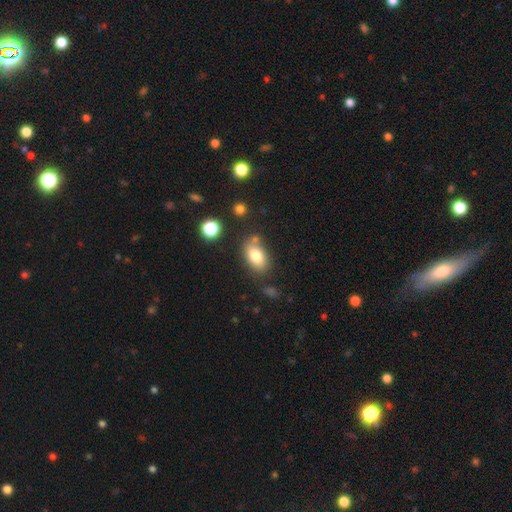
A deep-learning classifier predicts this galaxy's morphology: Smooth or featured? Predicted: smooth (p=0.79). How rounded? Predicted: in between (p=0.87). Merging? Predicted: none (p=0.68).